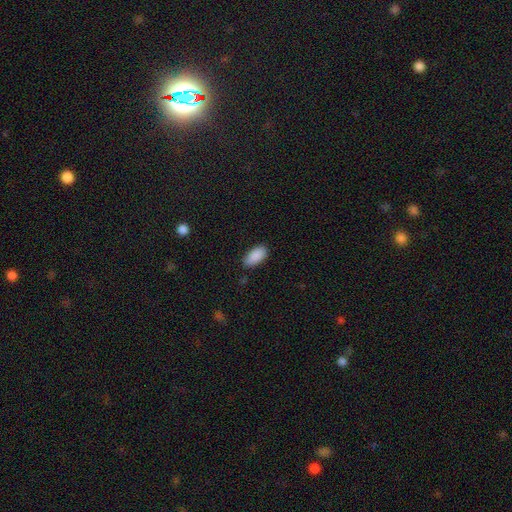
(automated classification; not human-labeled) This is clearly a smooth galaxy (90%). How rounded: clearly in between (93%). Merging: clearly none (82%).